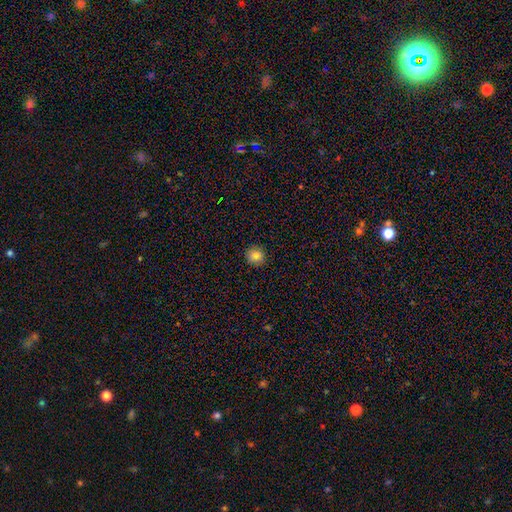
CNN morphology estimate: The model was most divided on "smooth or featured": smooth: 81%, star or artifact: 12%, featured or disk: 7%. More confident: merging — none (92%); how rounded — round (92%).